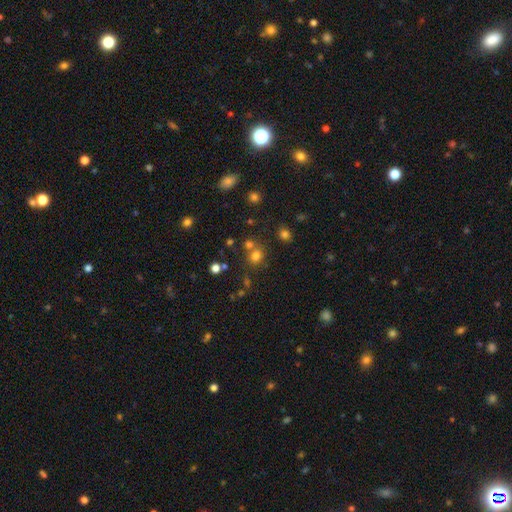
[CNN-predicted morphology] This is likely a smooth galaxy (73%). How rounded: clearly round (83%). Merging: likely none (62%).